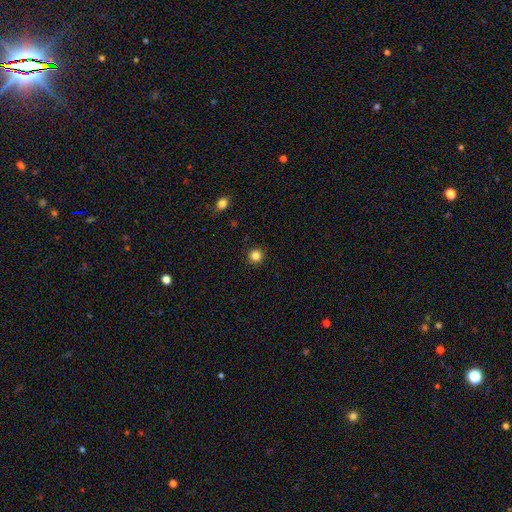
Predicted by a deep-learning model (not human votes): smooth-or-featured: smooth: 84% | star or artifact: 12% | featured or disk: 4%
  how-rounded: round: 95% | in between: 4% | cigar-shaped: 1%
  merging: none: 92% | minor disturbance: 5% | major disturbance: 2% | merger: 1%